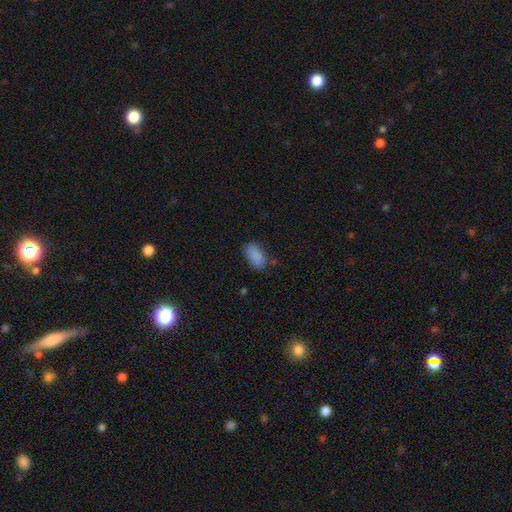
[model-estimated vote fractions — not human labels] This appears to be a smooth galaxy with no disk features (86%) that is in between round and cigar-shaped (92%). Merging: none (72%).